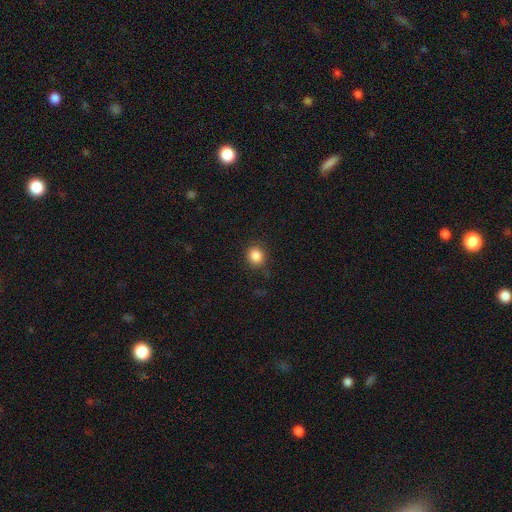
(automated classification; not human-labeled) The model was most divided on "how rounded": round: 82%, in between: 17%, cigar-shaped: 1%. More confident: smooth or featured — smooth (86%); merging — none (83%).